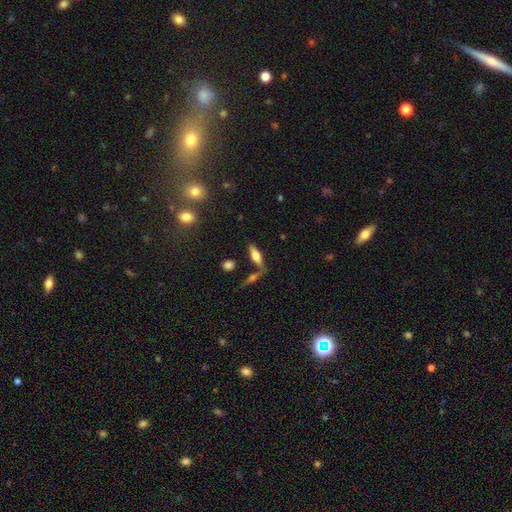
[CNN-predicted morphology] A smooth galaxy with no disk features (50%). Merging: none (67%).